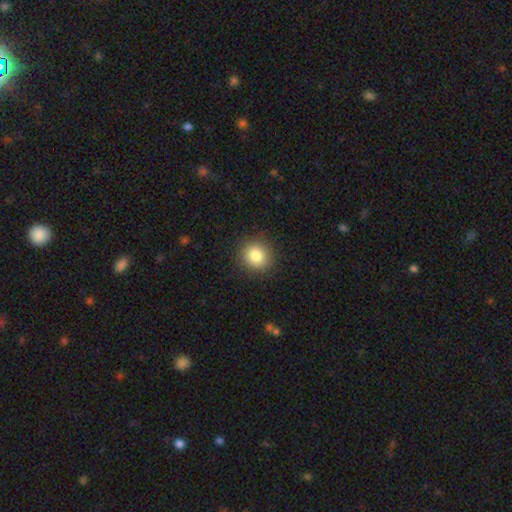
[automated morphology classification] Smooth or featured? smooth (84%)
How rounded? round (87%)
Merging? none (89%)